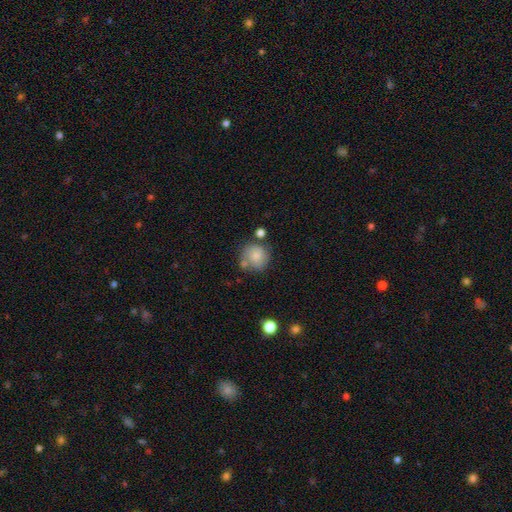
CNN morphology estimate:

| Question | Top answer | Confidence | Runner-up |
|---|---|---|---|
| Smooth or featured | smooth | 75% | featured or disk (16%) |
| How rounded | round | 86% | in between (13%) |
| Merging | none | 57% | minor disturbance (20%) |